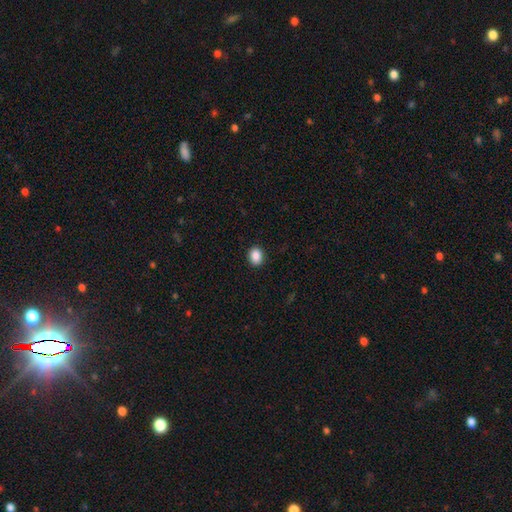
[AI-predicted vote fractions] This is clearly a smooth galaxy (89%). How rounded: possibly in between (58%). Merging: clearly none (91%).